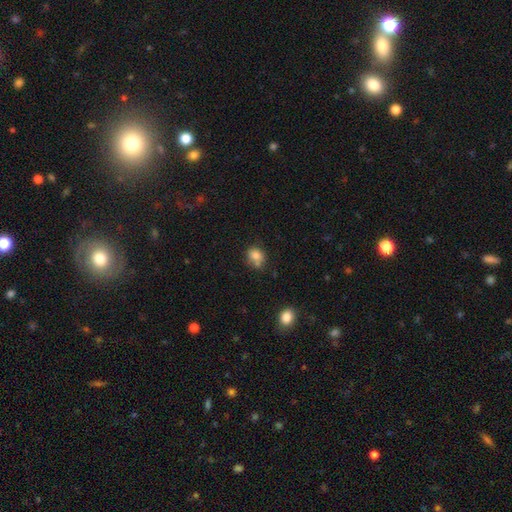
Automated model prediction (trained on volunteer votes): Smooth or featured? smooth (79%)
How rounded? round (59%)
Merging? none (49%)